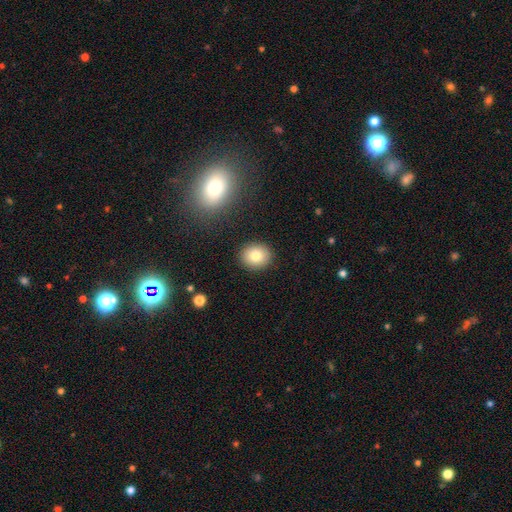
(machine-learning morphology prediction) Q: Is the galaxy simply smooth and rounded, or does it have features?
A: smooth — 80%.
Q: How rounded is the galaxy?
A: round — 74%.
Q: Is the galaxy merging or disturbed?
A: none — 89%.